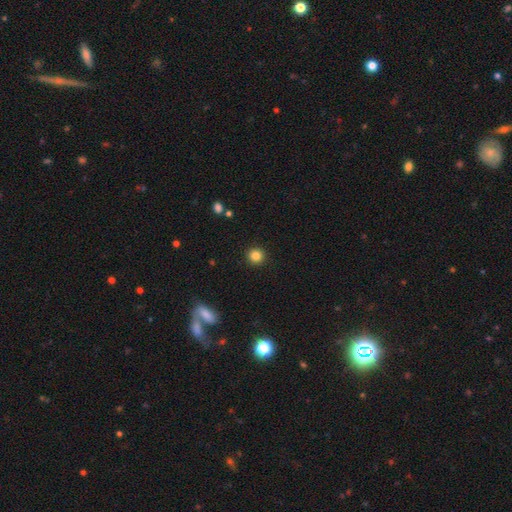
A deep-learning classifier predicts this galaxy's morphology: Q: Smooth or featured?
A: smooth (84%); runner-up: star or artifact (11%)
Q: How rounded?
A: round (94%); runner-up: in between (5%)
Q: Merging?
A: none (92%); runner-up: minor disturbance (5%)